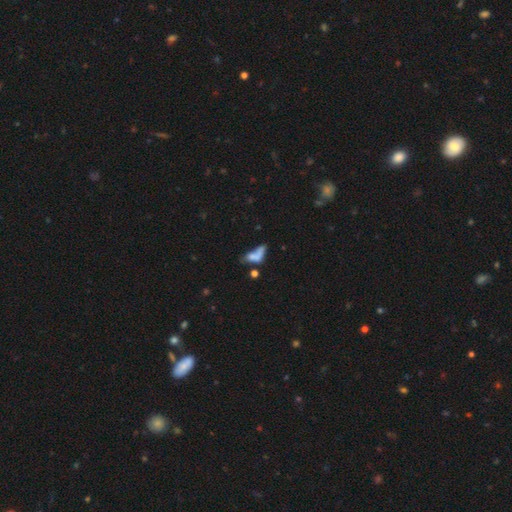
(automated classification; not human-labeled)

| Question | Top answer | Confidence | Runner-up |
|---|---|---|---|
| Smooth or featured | smooth | 59% | featured or disk (27%) |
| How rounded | in between | 70% | cigar-shaped (22%) |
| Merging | merger | 40% | major disturbance (24%) |